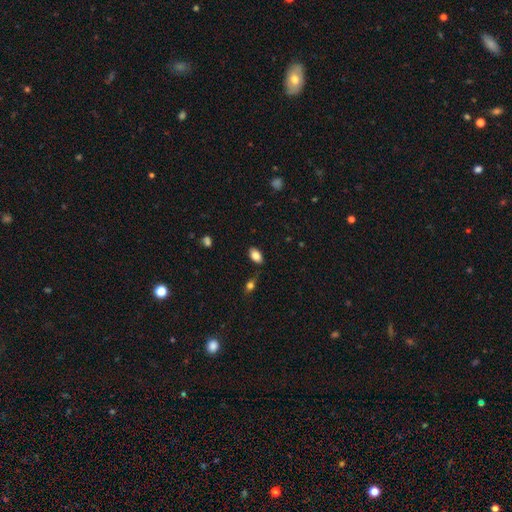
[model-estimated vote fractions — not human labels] A smooth galaxy with no disk features (83%) that is in between round and cigar-shaped (92%).

Vote fractions:
- Smooth or featured? smooth: 83% / featured or disk: 9% / star or artifact: 8%
- How rounded? in between: 92% / round: 6% / cigar-shaped: 3%
- Merging? none: 80% / minor disturbance: 14% / merger: 3% / major disturbance: 3%